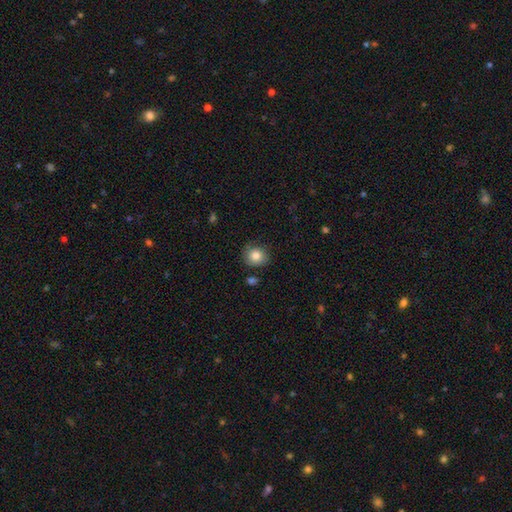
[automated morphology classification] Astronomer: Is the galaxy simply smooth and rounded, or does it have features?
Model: smooth — 83%.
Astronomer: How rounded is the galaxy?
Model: round — 85%.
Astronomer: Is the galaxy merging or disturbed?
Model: none — 81%.